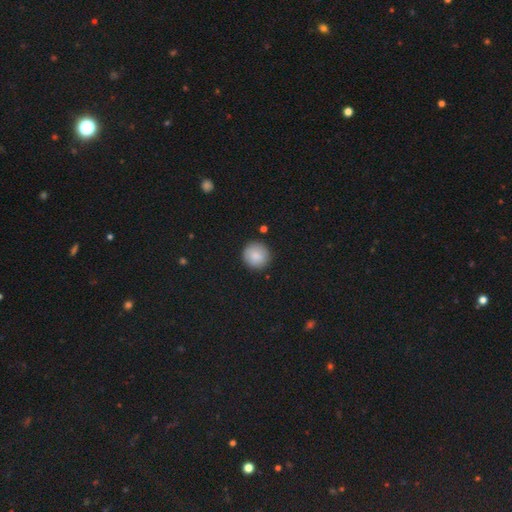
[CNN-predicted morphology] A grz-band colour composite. It shows a smooth galaxy with no disk features (86%) that is round (95%). Merging: none (90%).